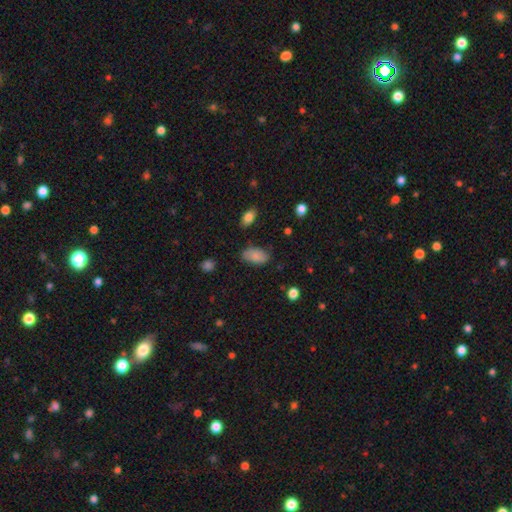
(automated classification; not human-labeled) A smooth galaxy with no disk features (84%) that is in between round and cigar-shaped (93%).

Vote fractions:
- Smooth or featured? smooth: 84% / featured or disk: 8% / star or artifact: 8%
- How rounded? in between: 93% / round: 5% / cigar-shaped: 2%
- Merging? none: 74% / minor disturbance: 19% / major disturbance: 4% / merger: 2%